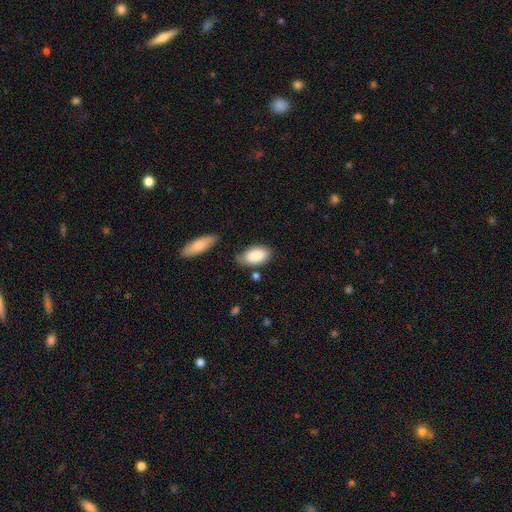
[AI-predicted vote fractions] This appears to be a smooth galaxy with no disk features (87%) that is in between round and cigar-shaped (94%). Merging: none (65%).